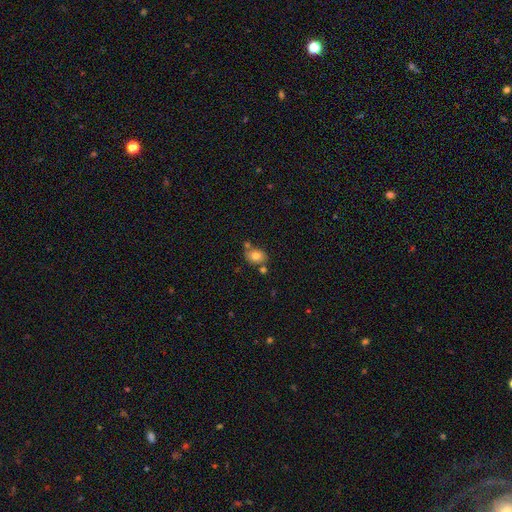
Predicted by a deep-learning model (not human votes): Smooth or featured?
  - smooth: 76% *
  - featured or disk: 14%
  - star or artifact: 9%
How rounded?
  - in between: 60% *
  - round: 39%
  - cigar-shaped: 1%
Merging?
  - none: 63% *
  - merger: 18%
  - minor disturbance: 15%
  - major disturbance: 4%